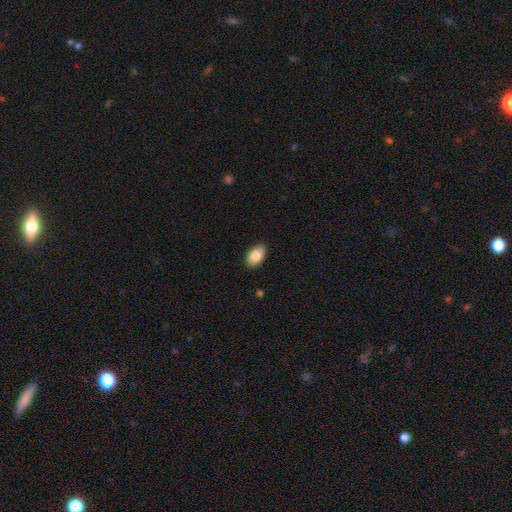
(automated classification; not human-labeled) Smooth or featured: smooth — 85% (featured or disk — 8%)
How rounded: in between — 93% (round — 5%)
Merging: none — 88% (minor disturbance — 9%)